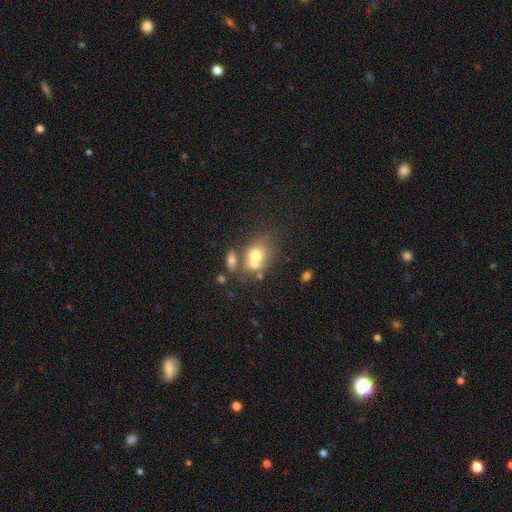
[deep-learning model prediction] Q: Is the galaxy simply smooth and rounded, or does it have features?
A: smooth — 67%.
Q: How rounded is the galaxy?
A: round — 53%.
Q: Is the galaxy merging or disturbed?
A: merger — 47%.